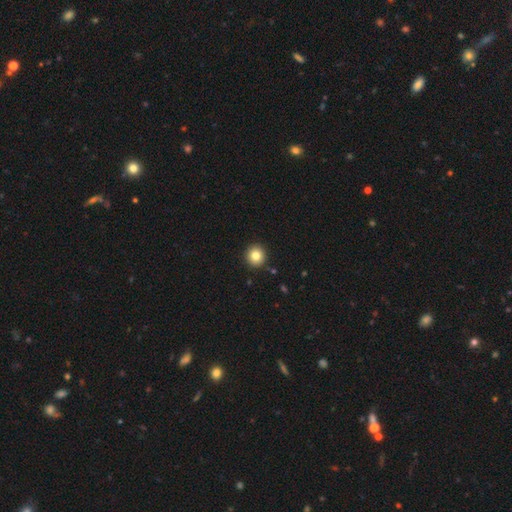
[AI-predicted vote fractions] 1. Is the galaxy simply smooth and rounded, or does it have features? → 82% smooth, 10% star or artifact, 8% featured or disk.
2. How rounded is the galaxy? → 93% round, 6% in between, 1% cigar-shaped.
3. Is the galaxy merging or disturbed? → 92% none, 5% minor disturbance, 2% major disturbance, 1% merger.